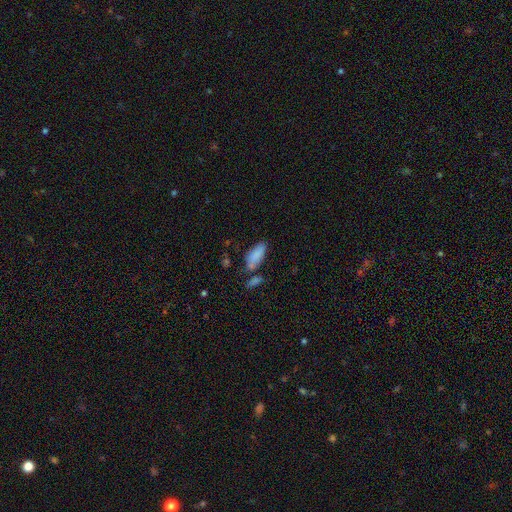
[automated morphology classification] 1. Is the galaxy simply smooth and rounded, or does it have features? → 83% smooth, 9% featured or disk, 8% star or artifact.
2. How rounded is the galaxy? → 84% in between, 14% cigar-shaped, 2% round.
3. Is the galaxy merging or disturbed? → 54% none, 21% minor disturbance, 18% merger, 7% major disturbance.